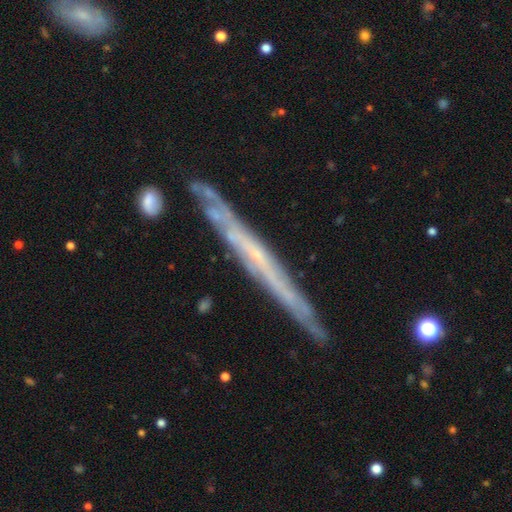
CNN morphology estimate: Q: Smooth or featured?
A: featured or disk (72%); runner-up: smooth (21%)
Q: Edge-on disk?
A: yes (91%); runner-up: no (9%)
Q: Edge-on bulge?
A: none (83%); runner-up: rounded (13%)
Q: Merging?
A: none (83%); runner-up: minor disturbance (12%)